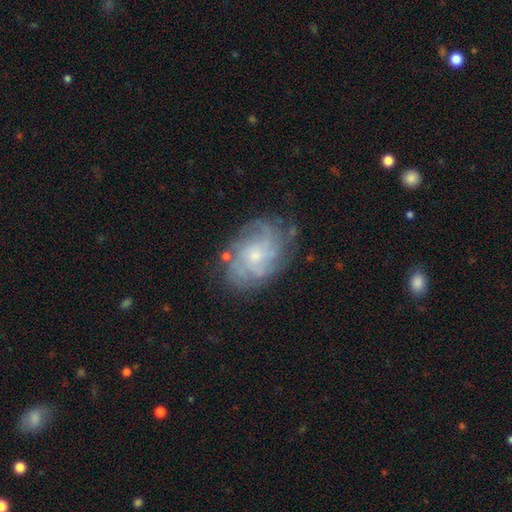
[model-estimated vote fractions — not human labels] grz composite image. It shows a featured or disk galaxy (78%) with no bar (76%), tight (56%) spiral arms (92%) and a small central bulge (64%). Merging: none (74%).